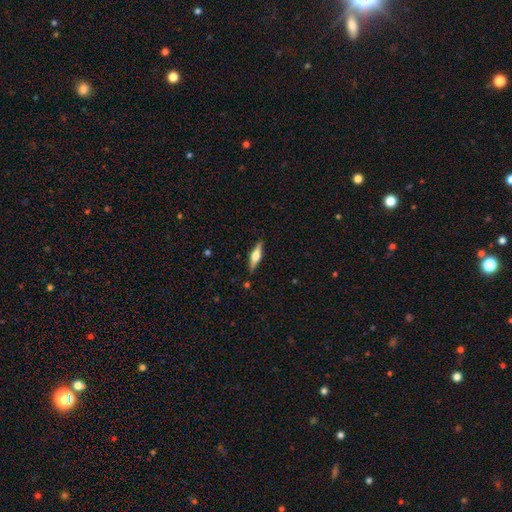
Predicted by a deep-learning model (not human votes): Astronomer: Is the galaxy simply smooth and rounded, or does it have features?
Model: featured or disk — 53% (runner-up: smooth, 41%).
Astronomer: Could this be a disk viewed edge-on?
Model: yes — 95%.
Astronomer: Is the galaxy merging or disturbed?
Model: none — 88%.